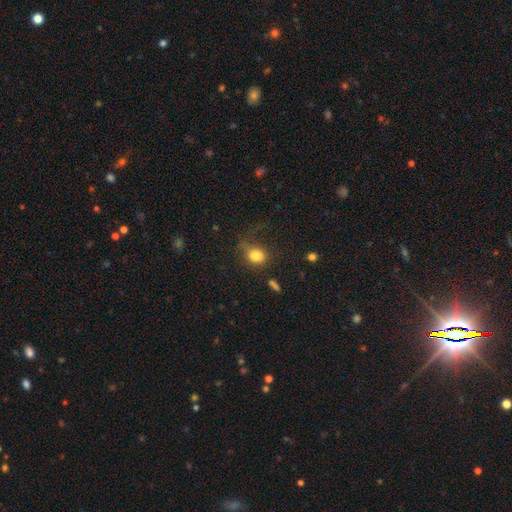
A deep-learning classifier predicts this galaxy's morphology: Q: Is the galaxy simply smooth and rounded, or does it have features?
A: smooth — 82%.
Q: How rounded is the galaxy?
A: round — 55%.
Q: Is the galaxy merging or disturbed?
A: none — 56%.